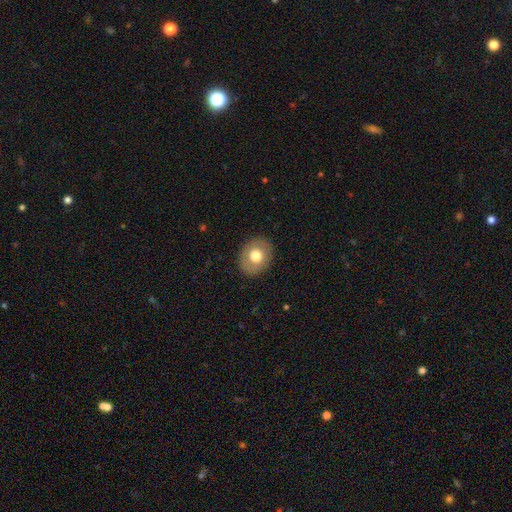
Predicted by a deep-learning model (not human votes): Smooth or featured? smooth (72%)
How rounded? round (56%)
Merging? none (89%)